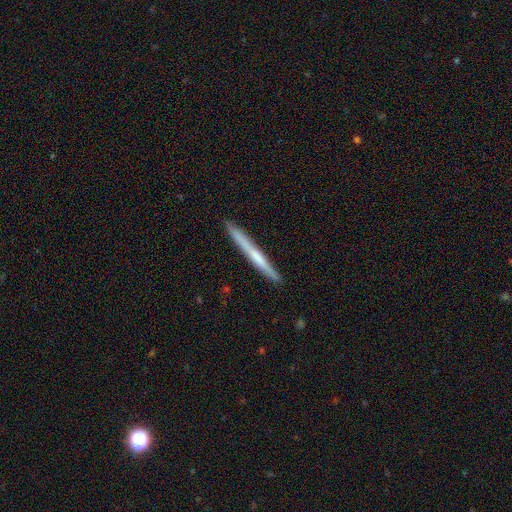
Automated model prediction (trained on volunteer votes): The model was most divided on "smooth or featured": featured or disk: 48%, smooth: 47%, star or artifact: 5%. More confident: merging — none (91%).